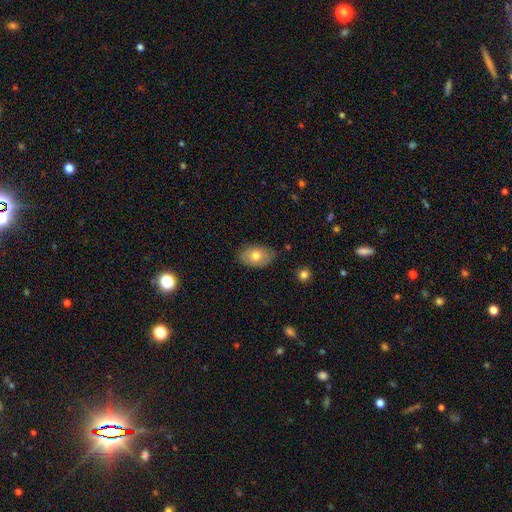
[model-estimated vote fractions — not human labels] smooth_or_featured: smooth (p=0.72) [alt: featured or disk p=0.20]
how_rounded: in between (p=0.89) [alt: round p=0.10]
merging: none (p=0.80) [alt: minor disturbance p=0.16]